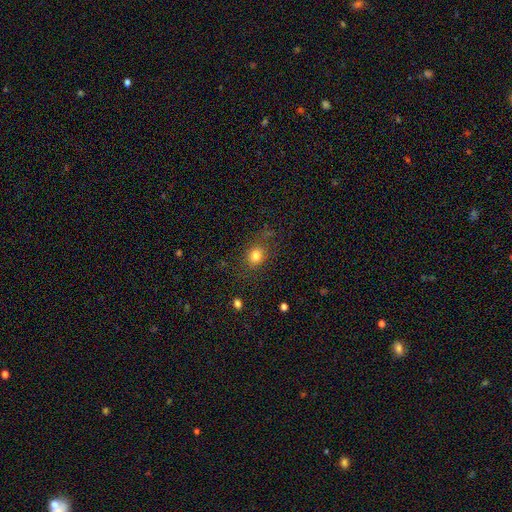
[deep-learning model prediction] A smooth galaxy with no disk features (79%) that is round (61%).

Vote fractions:
- Smooth or featured? smooth: 79% / star or artifact: 13% / featured or disk: 8%
- How rounded? round: 61% / in between: 38% / cigar-shaped: 1%
- Merging? none: 78% / minor disturbance: 14% / major disturbance: 6% / merger: 2%